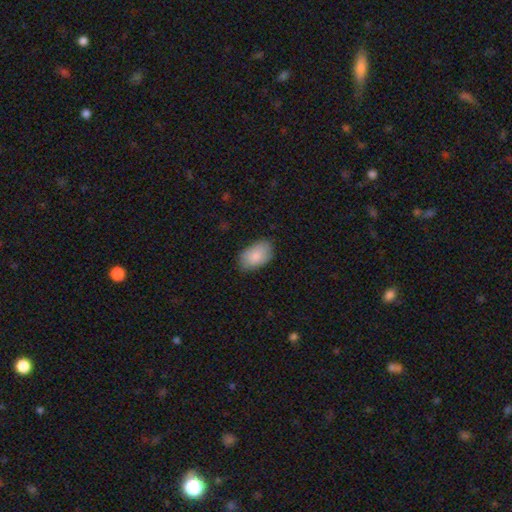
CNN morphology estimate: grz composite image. It shows a smooth galaxy with no disk features (85%) that is in between round and cigar-shaped (93%). Merging: none (81%).